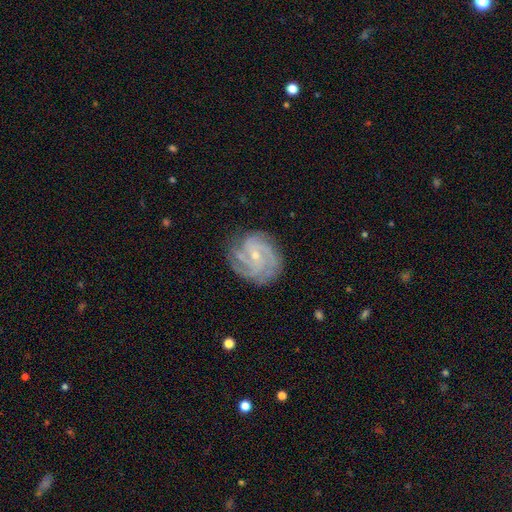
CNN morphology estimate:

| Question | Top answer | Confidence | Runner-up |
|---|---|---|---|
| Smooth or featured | featured or disk | 88% | smooth (6%) |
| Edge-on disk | no | 98% | yes (2%) |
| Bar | no | 61% | weak (31%) |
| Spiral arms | yes | 98% | no (2%) |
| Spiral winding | tight | 65% | medium (31%) |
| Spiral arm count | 3 | 37% | 4 (27%) |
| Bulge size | small | 74% | moderate (23%) |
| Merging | none | 78% | minor disturbance (16%) |